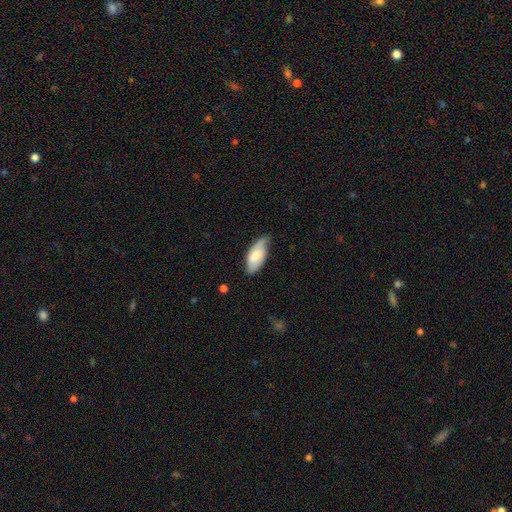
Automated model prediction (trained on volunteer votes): This appears to be a smooth galaxy with no disk features (64%) that is in between round and cigar-shaped (86%). Merging: none (68%).